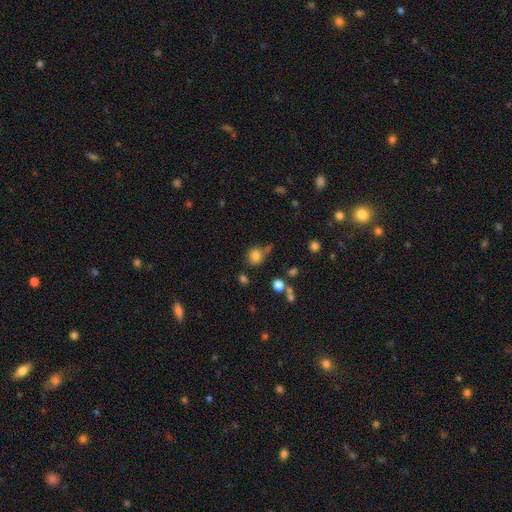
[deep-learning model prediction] This is likely a smooth galaxy (78%). How rounded: likely round (69%). Merging: likely none (63%).